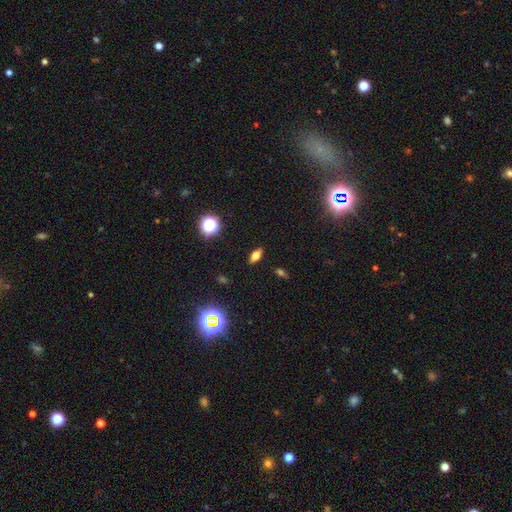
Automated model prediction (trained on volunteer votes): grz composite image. It shows a smooth galaxy with no disk features (62%) that is in between round and cigar-shaped (77%). Merging: none (89%).